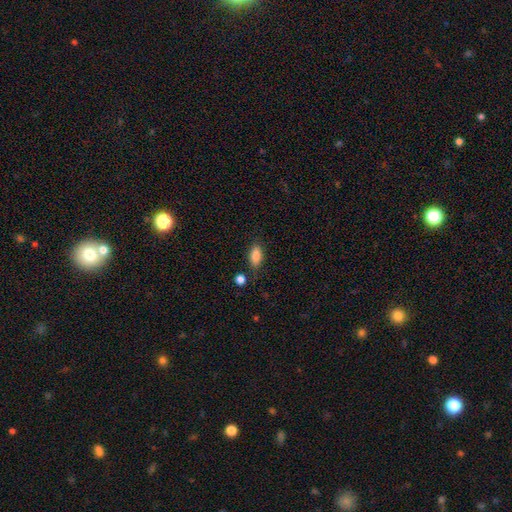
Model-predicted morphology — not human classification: Overall: smooth (85%). How rounded: in between (86%). Merging: none (76%).